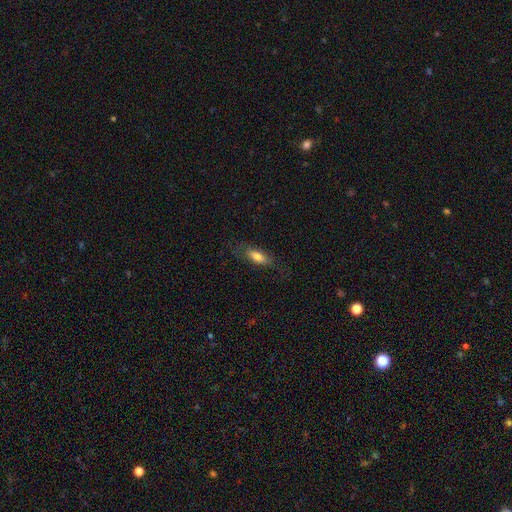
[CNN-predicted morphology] The model was most divided on "how rounded": in between: 61%, cigar-shaped: 36%, round: 3%. More confident: merging — none (70%); smooth or featured — smooth (66%).